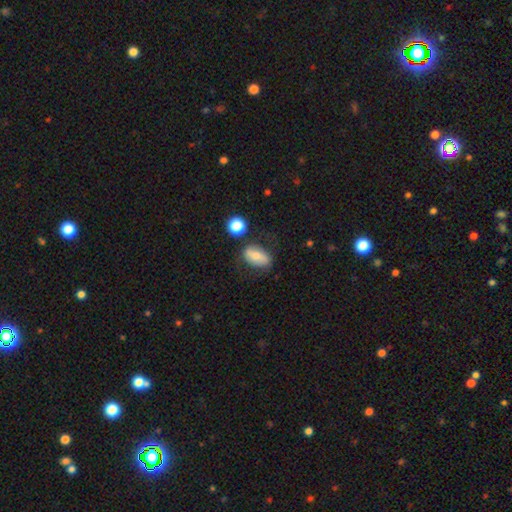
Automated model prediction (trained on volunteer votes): A smooth galaxy with no disk features (63%) that is in between round and cigar-shaped (86%). Merging: none (64%).